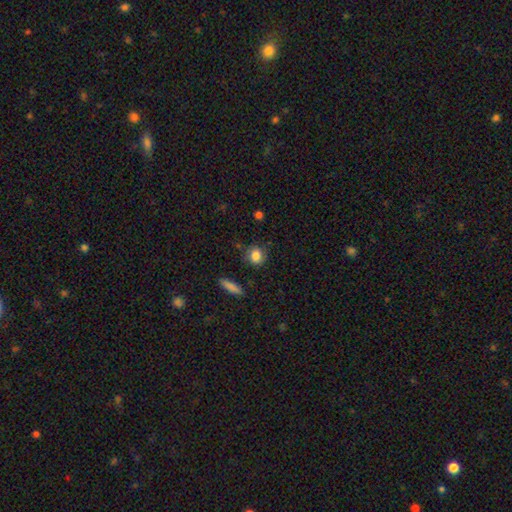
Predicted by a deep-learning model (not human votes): A smooth galaxy with no disk features (84%) that is round (78%).

Vote fractions:
- Smooth or featured? smooth: 84% / star or artifact: 9% / featured or disk: 7%
- How rounded? round: 78% / in between: 19% / cigar-shaped: 2%
- Merging? none: 81% / minor disturbance: 13% / major disturbance: 3% / merger: 3%